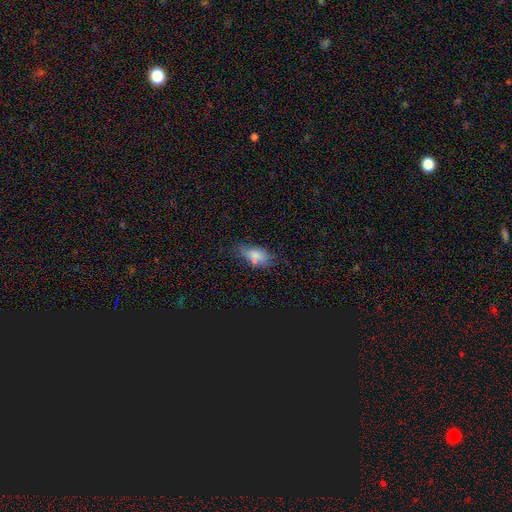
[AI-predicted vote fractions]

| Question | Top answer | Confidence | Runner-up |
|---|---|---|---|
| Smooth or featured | smooth | 71% | featured or disk (15%) |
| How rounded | in between | 86% | cigar-shaped (7%) |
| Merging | none | 47% | minor disturbance (30%) |